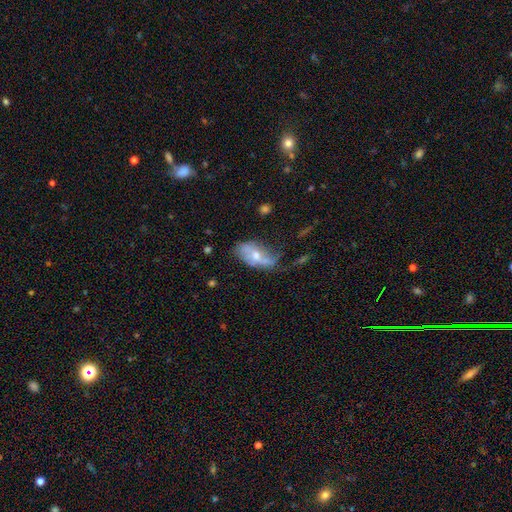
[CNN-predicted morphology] This appears to be a featured or disk galaxy (57%) with no bar (65%), spiral arms (61%) and a moderate central bulge (56%). Merging: none (39%).